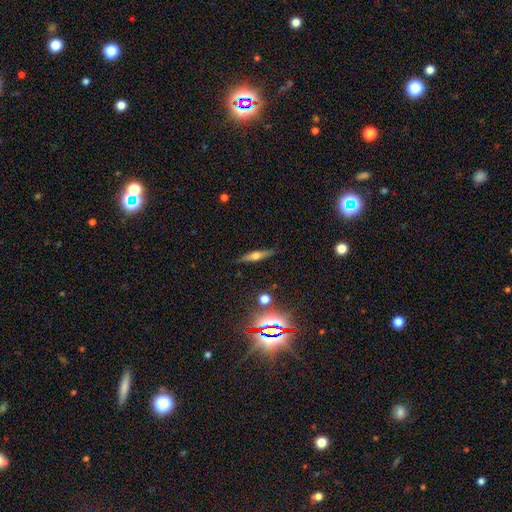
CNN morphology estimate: Overall: featured or disk (50%; smooth 38%). Merging: none (86%).